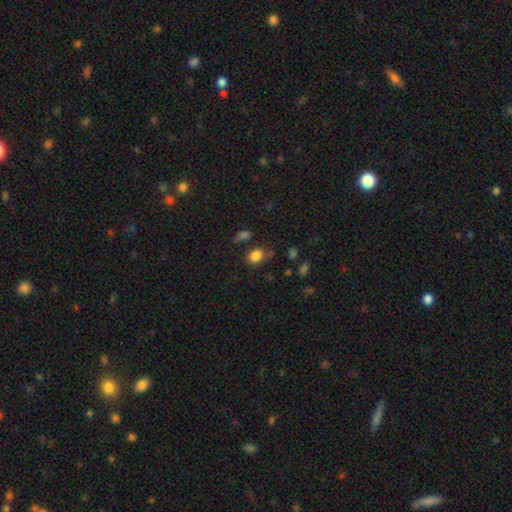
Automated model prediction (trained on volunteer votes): A smooth galaxy with no disk features (84%) that is in between round and cigar-shaped (62%). Merging: none (71%).